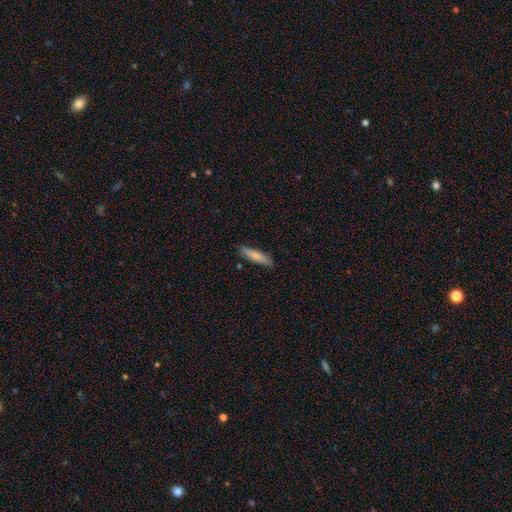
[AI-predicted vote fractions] smooth 78%, featured or disk 17%, star or artifact 6%. Down the decision tree: how rounded — cigar-shaped (78%); merging — none (86%).